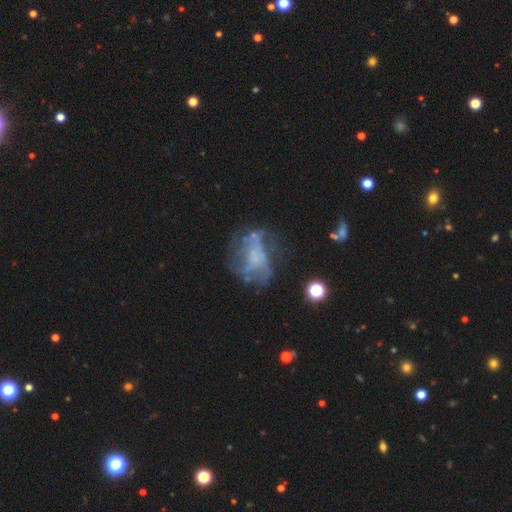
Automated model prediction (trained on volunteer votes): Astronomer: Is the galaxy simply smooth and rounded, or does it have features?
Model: featured or disk — 63%.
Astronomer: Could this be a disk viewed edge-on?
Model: no — 97%.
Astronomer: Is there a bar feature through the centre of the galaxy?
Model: no — 78%.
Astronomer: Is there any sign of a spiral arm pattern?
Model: no — 62% (runner-up: yes, 38%).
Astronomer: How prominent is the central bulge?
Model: none — 61%.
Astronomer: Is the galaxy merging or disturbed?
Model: none — 44% (runner-up: major disturbance, 29%).